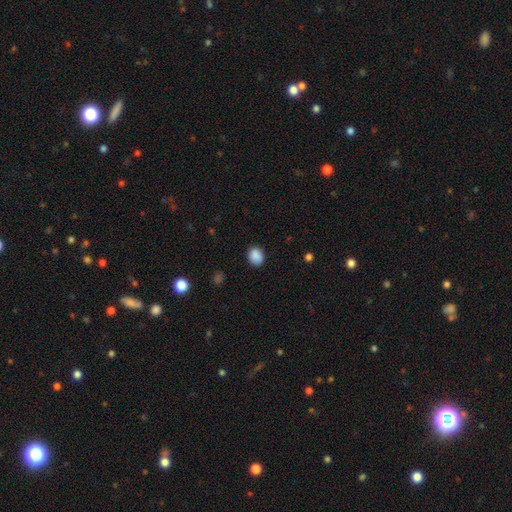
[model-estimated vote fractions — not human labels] Morphology: type=smooth (88%); roundness=round (55%); merging=none (85%).